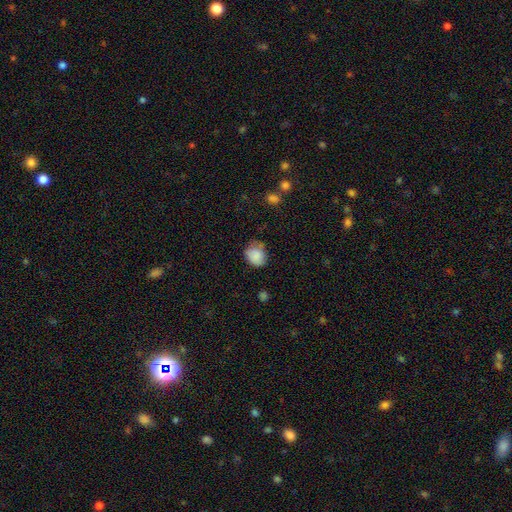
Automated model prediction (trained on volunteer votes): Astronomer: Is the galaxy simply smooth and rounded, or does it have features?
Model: smooth — 85%.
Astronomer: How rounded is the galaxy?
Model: round — 58% (runner-up: in between, 41%).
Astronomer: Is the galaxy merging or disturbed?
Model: none — 60%.